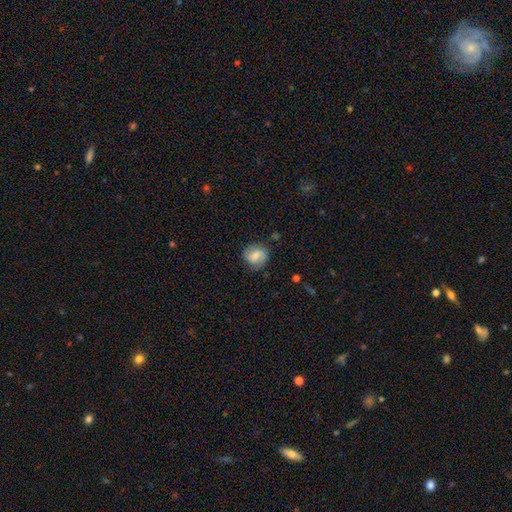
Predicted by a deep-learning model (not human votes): smooth_or_featured: smooth (p=0.63) [alt: featured or disk p=0.29]
how_rounded: round (p=0.75) [alt: in between p=0.24]
merging: none (p=0.72) [alt: minor disturbance p=0.20]